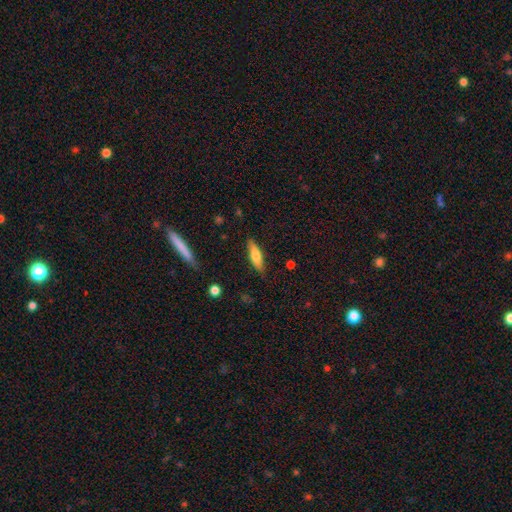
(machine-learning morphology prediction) This appears to be a smooth galaxy with no disk features (67%) that is cigar-shaped (61%). Merging: none (84%).